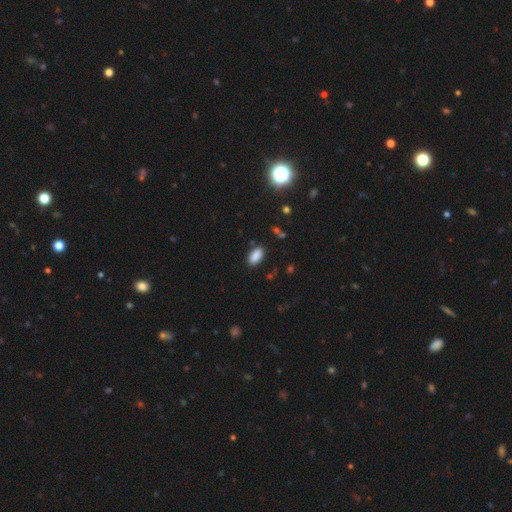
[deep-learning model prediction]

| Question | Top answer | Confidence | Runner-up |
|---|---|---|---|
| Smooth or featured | smooth | 87% | star or artifact (9%) |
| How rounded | in between | 92% | cigar-shaped (4%) |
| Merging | none | 85% | minor disturbance (11%) |